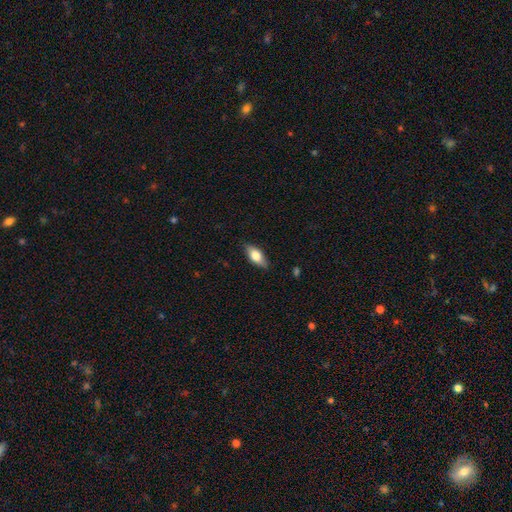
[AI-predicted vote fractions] This is likely a smooth galaxy (65%). How rounded: clearly in between (81%). Merging: clearly none (83%).